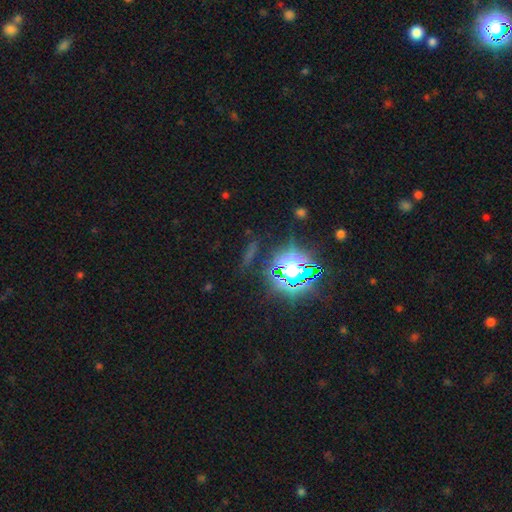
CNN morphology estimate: This appears to be a star or artifact, not a galaxy (82%).